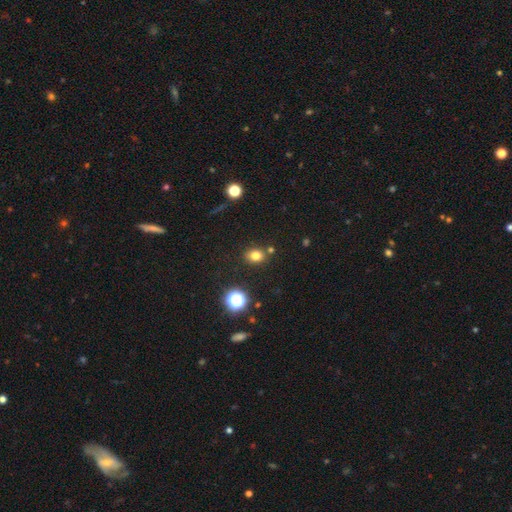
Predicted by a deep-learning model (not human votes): The model was most divided on "how rounded": round: 51%, in between: 48%, cigar-shaped: 1%. More confident: merging — none (80%); smooth or featured — smooth (77%).